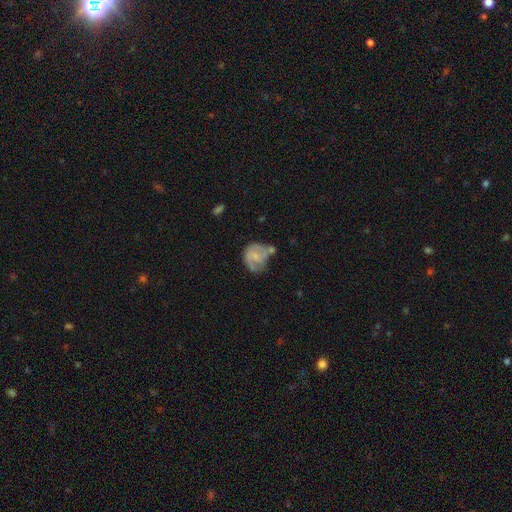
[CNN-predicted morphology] Overall: featured or disk (57%; smooth 35%). Edge-on disk: no (98%). Bar: no (56%; weak 37%). Spiral arms: yes (78%). Bulge size: small (50%; moderate 23%). Merging: none (38%; minor disturbance 27%).